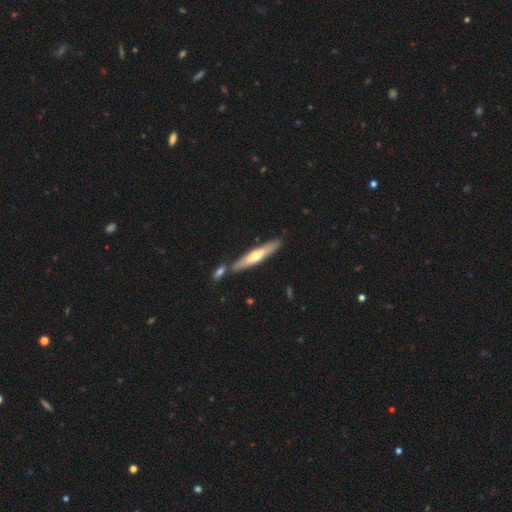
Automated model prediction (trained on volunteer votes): Overall: featured or disk (51%; smooth 44%). Edge-on disk: yes (83%). Merging: none (78%).